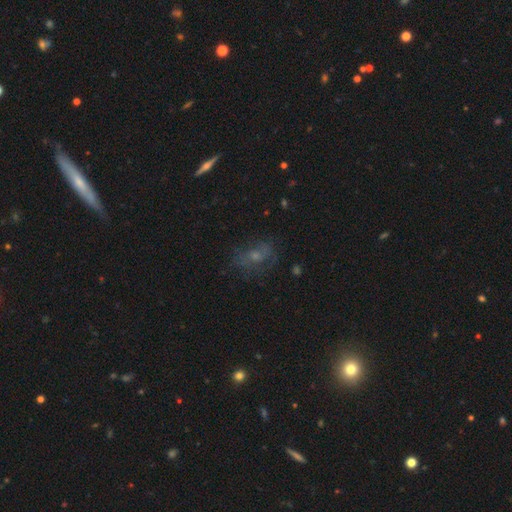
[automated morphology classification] smooth_or_featured: featured or disk (p=0.43) [alt: smooth p=0.36]
merging: none (p=0.60) [alt: minor disturbance p=0.21]